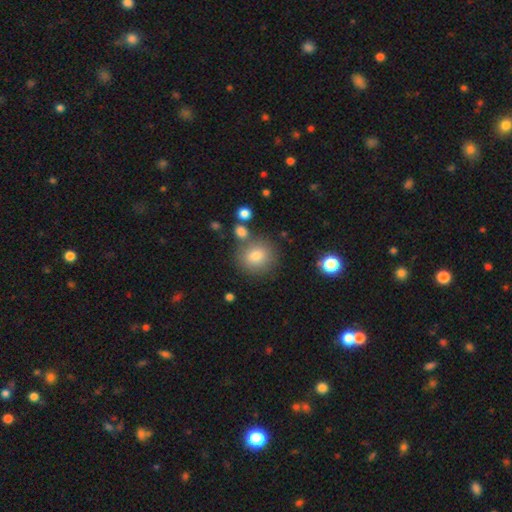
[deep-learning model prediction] Overall: smooth (79%). How rounded: round (86%). Merging: none (76%).